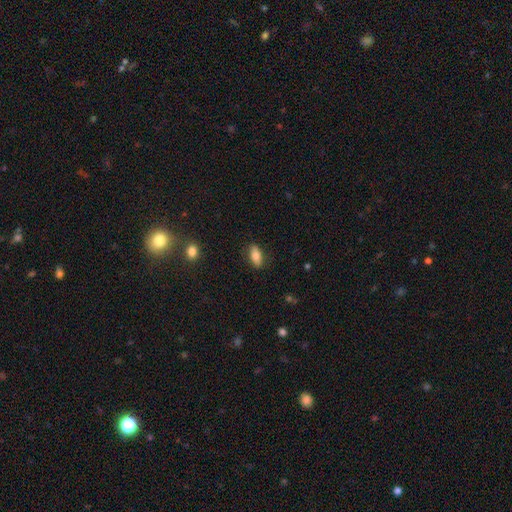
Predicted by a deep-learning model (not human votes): This appears to be a smooth galaxy with no disk features (77%) that is in between round and cigar-shaped (83%). Merging: none (85%).